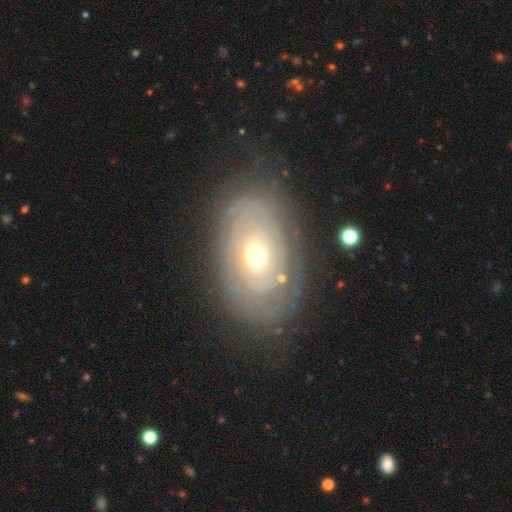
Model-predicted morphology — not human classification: The model was most divided on "bulge size": moderate: 57%, small: 38%, large: 4%, dominant: 1%, none: 1%. More confident: edge-on disk — no (94%); spiral arms — yes (81%); bar — no (80%); spiral winding — tight (80%); smooth or featured — featured or disk (77%); merging — none (76%); spiral arm count — can't tell (52%).